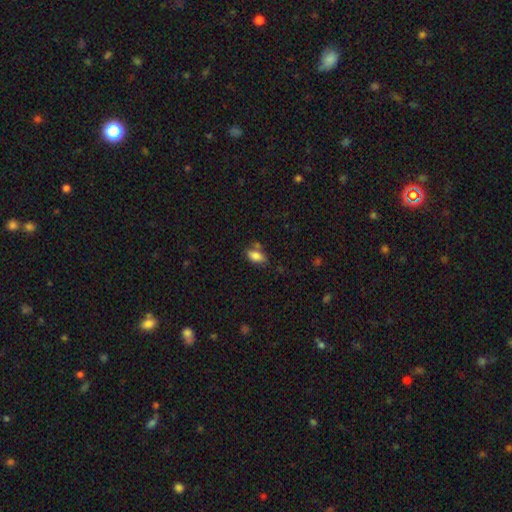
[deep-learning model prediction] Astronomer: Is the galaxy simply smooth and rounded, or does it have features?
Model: smooth — 82%.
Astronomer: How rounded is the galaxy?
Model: in between — 89%.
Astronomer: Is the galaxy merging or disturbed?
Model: none — 58%.